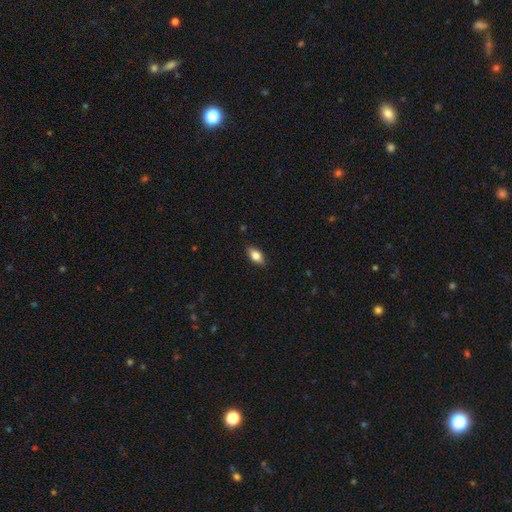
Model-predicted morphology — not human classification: type=smooth (79%); roundness=in between (88%); merging=none (87%).